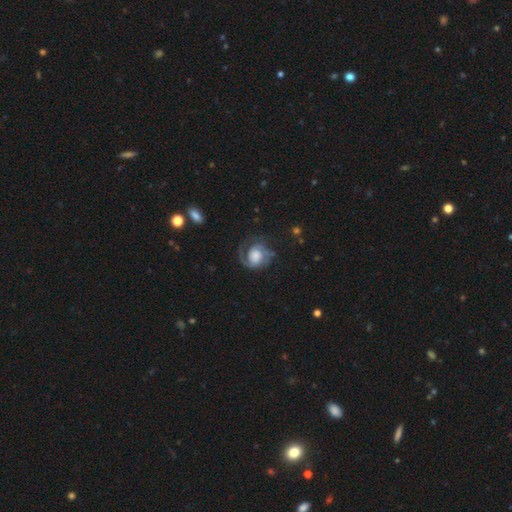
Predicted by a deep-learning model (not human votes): This is likely a featured or disk galaxy (79%). It is clearly not viewed edge-on (98%). Bar: likely no (68%). Spiral arm pattern: clearly yes (94%). Spiral arm count: possibly 2 (57%). Spiral winding: marginally tight (42%). Central bulge: marginally large (44%). Merging: likely none (61%).